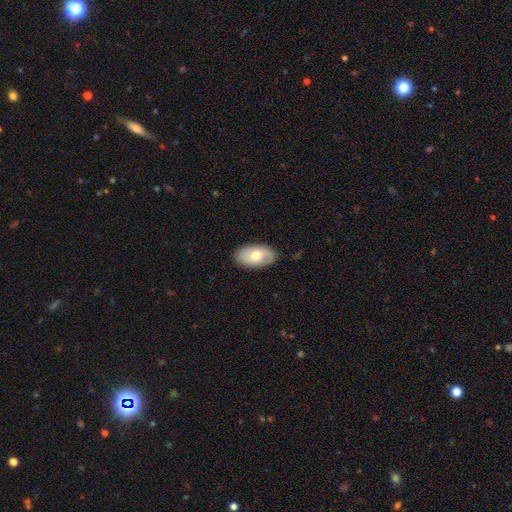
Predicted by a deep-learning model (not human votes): A smooth galaxy with no disk features (65%) that is in between round and cigar-shaped (93%). Merging: none (85%).